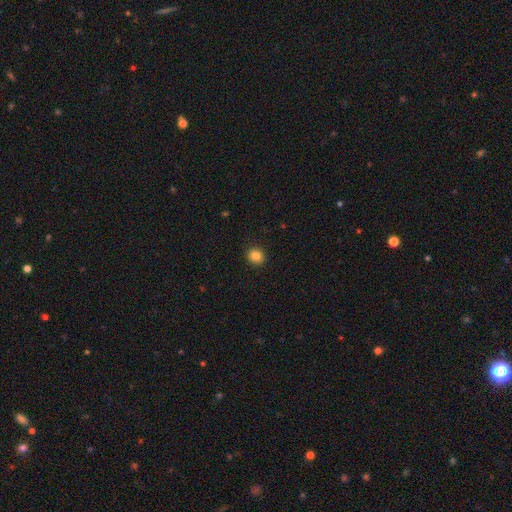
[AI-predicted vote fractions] Overall: smooth (84%). How rounded: round (82%). Merging: none (92%).